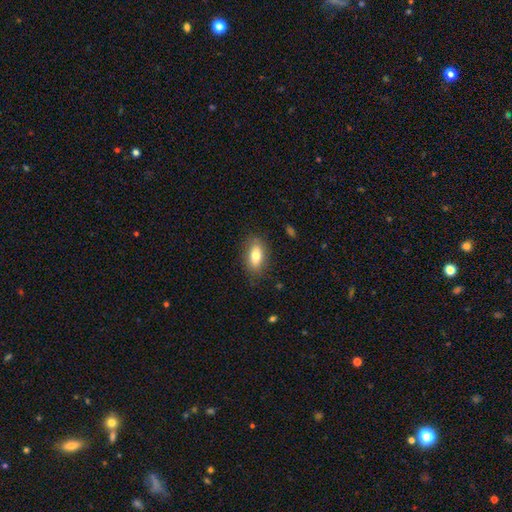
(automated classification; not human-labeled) Q: Smooth or featured?
A: smooth (76%); runner-up: featured or disk (16%)
Q: How rounded?
A: in between (86%); runner-up: cigar-shaped (8%)
Q: Merging?
A: none (82%); runner-up: minor disturbance (13%)